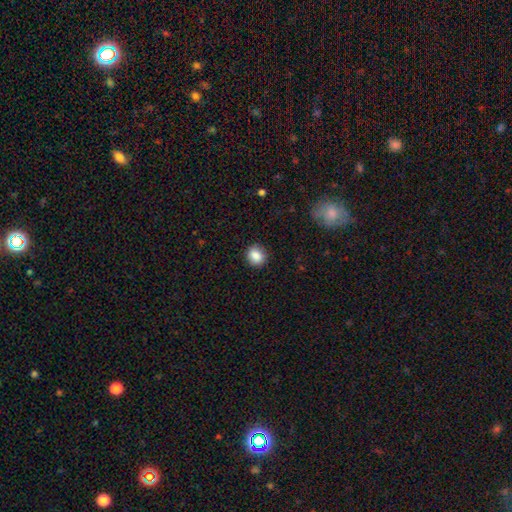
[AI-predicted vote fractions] smooth-or-featured: smooth: 87% | star or artifact: 9% | featured or disk: 5%
  how-rounded: round: 71% | in between: 28% | cigar-shaped: 1%
  merging: none: 86% | minor disturbance: 11% | major disturbance: 3% | merger: 1%